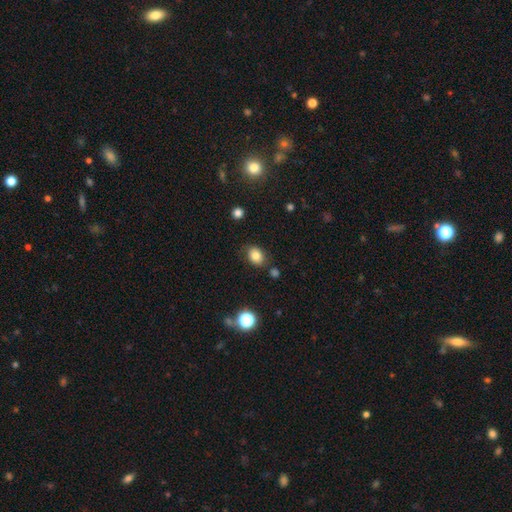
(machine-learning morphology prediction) A smooth galaxy with no disk features (80%) that is in between round and cigar-shaped (63%).

Vote fractions:
- Smooth or featured? smooth: 80% / star or artifact: 11% / featured or disk: 9%
- How rounded? in between: 63% / round: 36% / cigar-shaped: 1%
- Merging? none: 75% / minor disturbance: 16% / merger: 4% / major disturbance: 4%